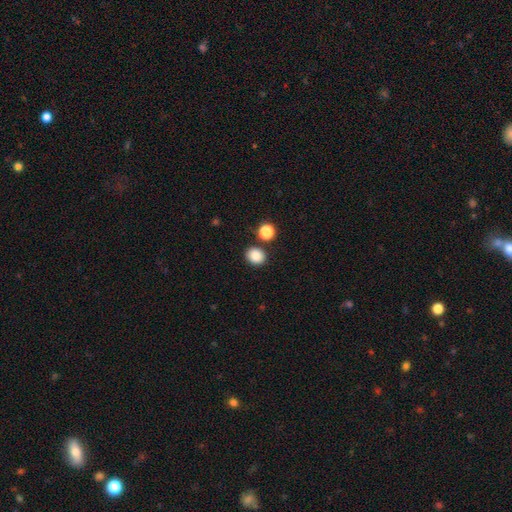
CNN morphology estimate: A smooth galaxy with no disk features (86%) that is round (70%).

Vote fractions:
- Smooth or featured? smooth: 86% / star or artifact: 10% / featured or disk: 4%
- How rounded? round: 70% / in between: 29% / cigar-shaped: 1%
- Merging? none: 82% / minor disturbance: 8% / merger: 7% / major disturbance: 3%